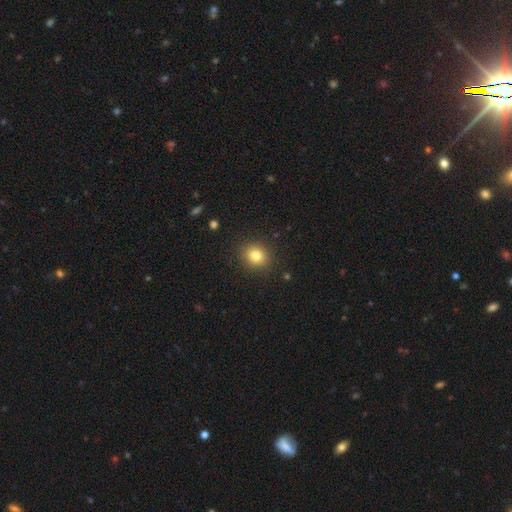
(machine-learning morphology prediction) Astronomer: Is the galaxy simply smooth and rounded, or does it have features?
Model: smooth — 80%.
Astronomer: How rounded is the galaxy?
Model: round — 71%.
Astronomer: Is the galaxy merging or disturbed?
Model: none — 89%.